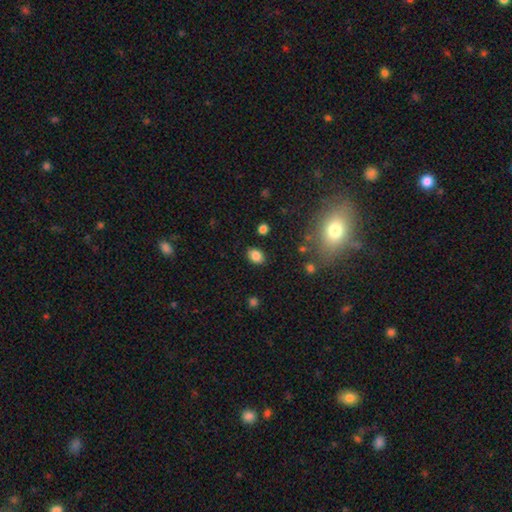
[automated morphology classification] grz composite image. It shows a smooth galaxy with no disk features (84%) that is in between round and cigar-shaped (70%). Merging: none (85%).